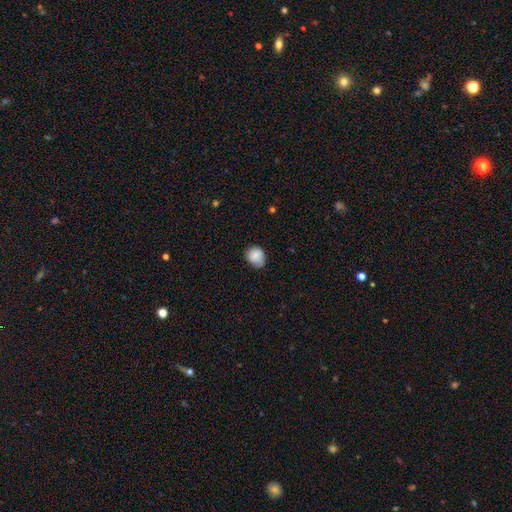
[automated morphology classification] Q: Smooth or featured?
A: smooth (79%); runner-up: featured or disk (13%)
Q: How rounded?
A: round (68%); runner-up: in between (31%)
Q: Merging?
A: none (60%); runner-up: minor disturbance (32%)